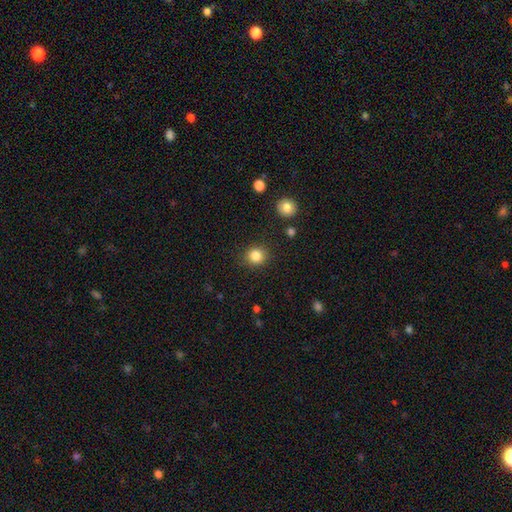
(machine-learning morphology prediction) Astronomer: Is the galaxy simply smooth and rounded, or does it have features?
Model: smooth — 84%.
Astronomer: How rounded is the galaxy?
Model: round — 86%.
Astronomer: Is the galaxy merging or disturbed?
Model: none — 88%.